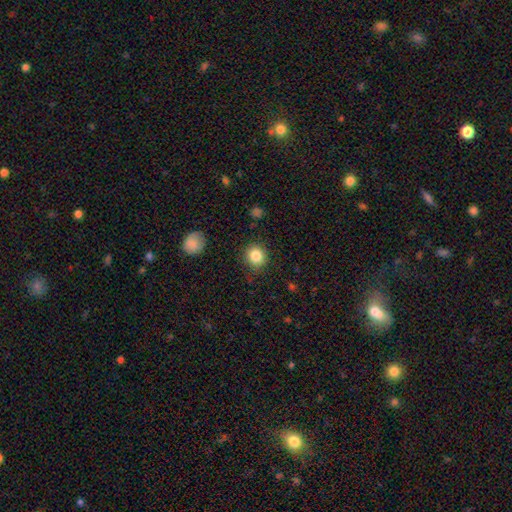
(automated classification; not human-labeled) Q: Smooth or featured?
A: smooth (85%); runner-up: star or artifact (10%)
Q: How rounded?
A: round (88%); runner-up: in between (11%)
Q: Merging?
A: none (86%); runner-up: minor disturbance (9%)